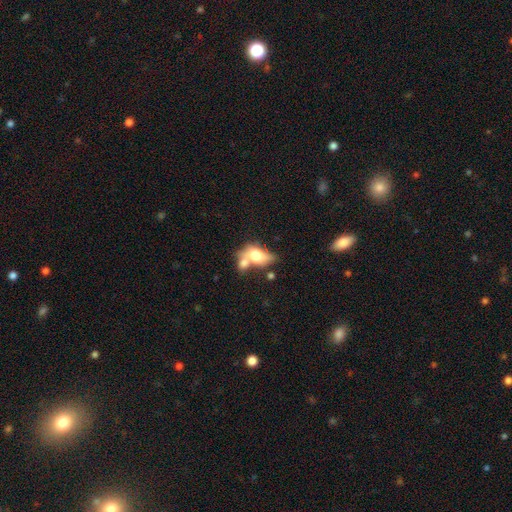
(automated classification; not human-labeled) Smooth or featured: smooth — 64% (featured or disk — 28%)
How rounded: in between — 82% (round — 13%)
Merging: merger — 55% (none — 21%)